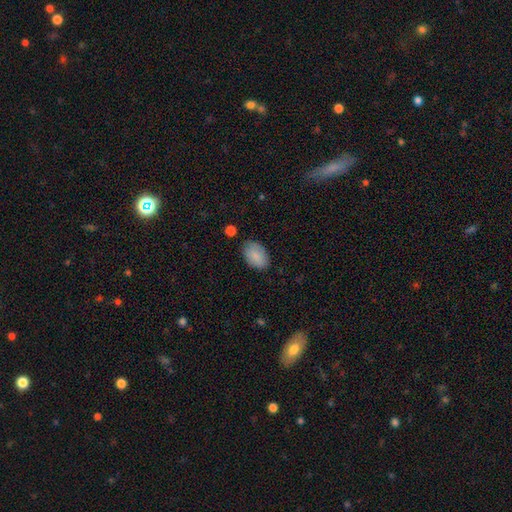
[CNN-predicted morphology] Smooth or featured: smooth — 87% (featured or disk — 7%)
How rounded: in between — 91% (round — 8%)
Merging: none — 79% (minor disturbance — 16%)